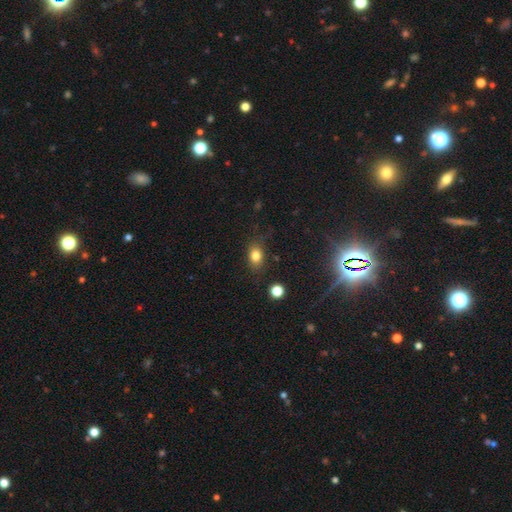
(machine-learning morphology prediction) smooth 81%, star or artifact 11%, featured or disk 8%. Down the decision tree: how rounded — in between (69%); merging — none (77%).